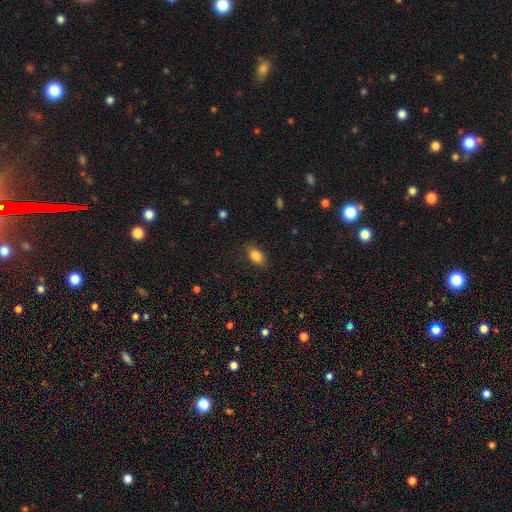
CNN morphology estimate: smooth 84%, star or artifact 9%, featured or disk 6%. Down the decision tree: how rounded — in between (87%); merging — none (83%).